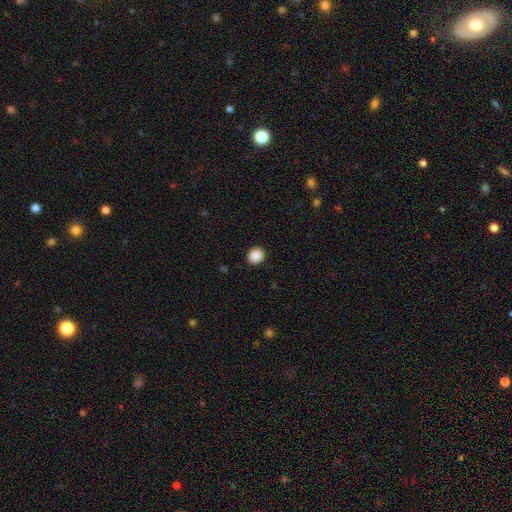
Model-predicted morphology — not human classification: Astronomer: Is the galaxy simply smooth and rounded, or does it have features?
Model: smooth — 89%.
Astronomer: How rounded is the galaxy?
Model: round — 74%.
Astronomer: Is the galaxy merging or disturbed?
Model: none — 92%.